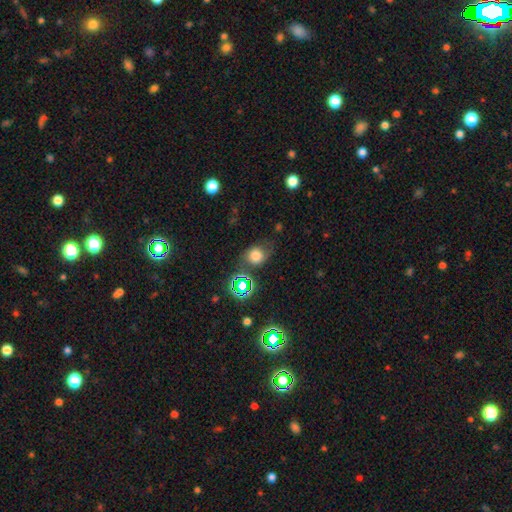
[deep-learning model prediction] This appears to be a smooth galaxy with no disk features (66%) that is round (64%). Merging: none (61%).